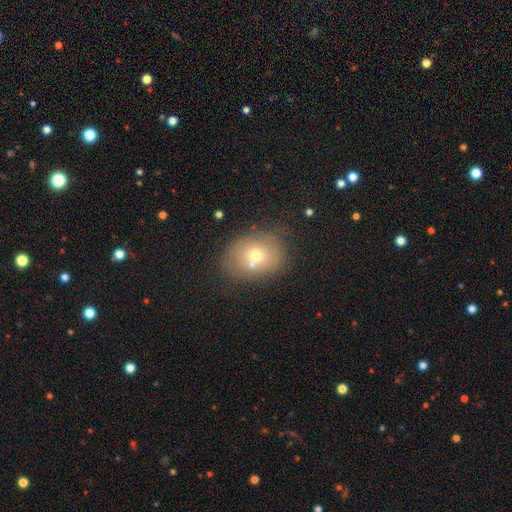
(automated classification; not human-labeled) A smooth galaxy with no disk features (62%) that is in between round and cigar-shaped (53%).

Vote fractions:
- Smooth or featured? smooth: 62% / featured or disk: 26% / star or artifact: 12%
- How rounded? in between: 53% / round: 46% / cigar-shaped: 1%
- Merging? none: 56% / merger: 21% / minor disturbance: 16% / major disturbance: 6%